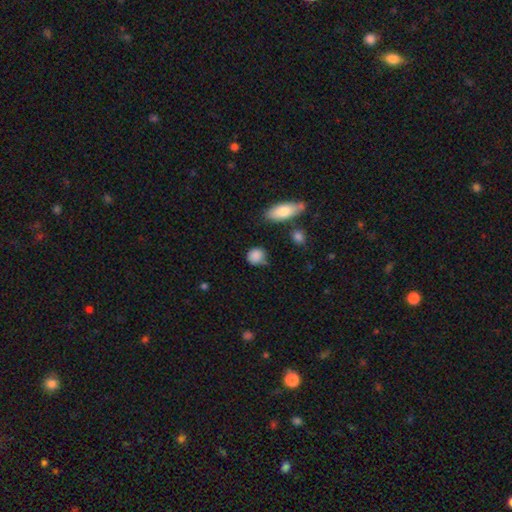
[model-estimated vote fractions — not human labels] The model was most divided on "merging": none: 63%, minor disturbance: 26%, major disturbance: 6%, merger: 5%. More confident: smooth or featured — smooth (86%); how rounded — round (76%).